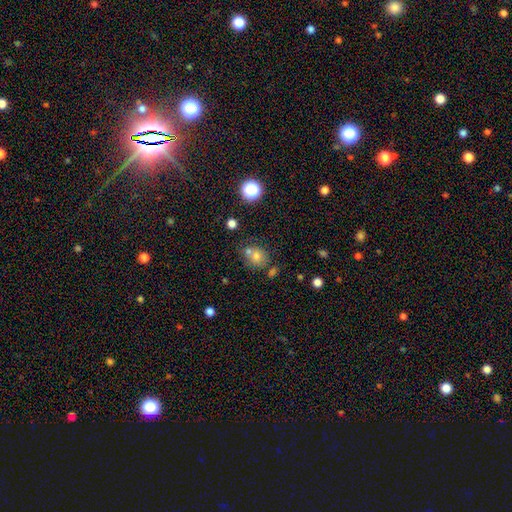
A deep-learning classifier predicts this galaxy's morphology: smooth-or-featured: smooth: 71% | star or artifact: 15% | featured or disk: 14%
  how-rounded: round: 76% | in between: 23% | cigar-shaped: 1%
  merging: none: 51% | merger: 34% | minor disturbance: 11% | major disturbance: 4%